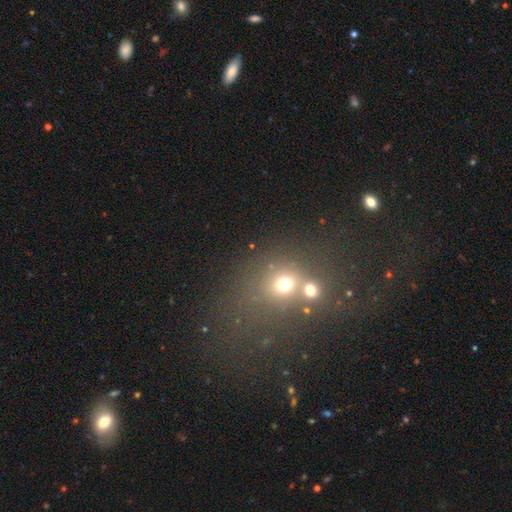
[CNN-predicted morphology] Q: Smooth or featured?
A: star or artifact (41%); tied with: smooth (41%)